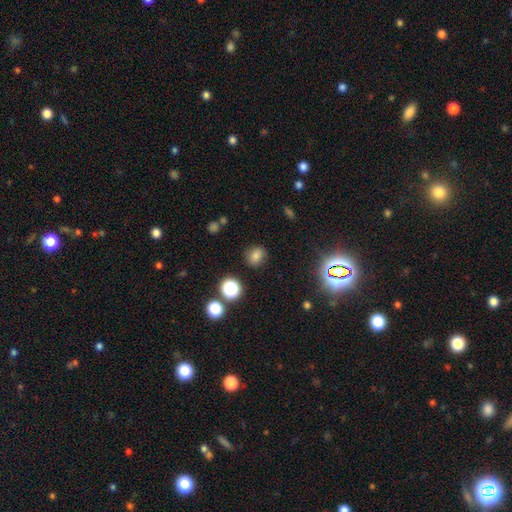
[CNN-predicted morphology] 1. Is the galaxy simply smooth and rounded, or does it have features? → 74% smooth, 19% star or artifact, 7% featured or disk.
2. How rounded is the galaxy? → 65% round, 34% in between, 1% cigar-shaped.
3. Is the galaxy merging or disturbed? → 84% none, 10% minor disturbance, 3% major disturbance, 2% merger.